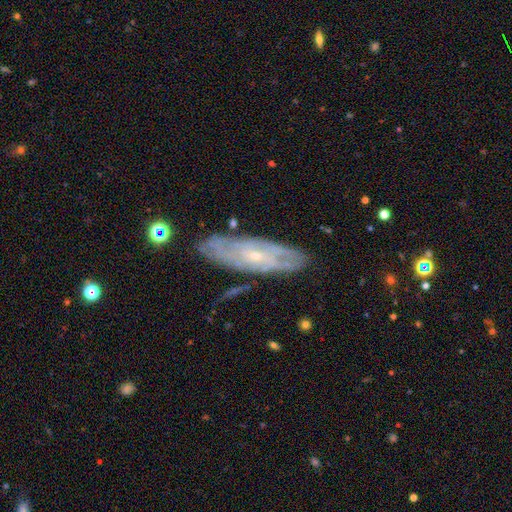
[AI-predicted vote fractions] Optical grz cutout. It shows a featured or disk galaxy (76%) with no bar (69%), tight (68%) spiral arms (85%) and a small central bulge (77%). Merging: none (78%).